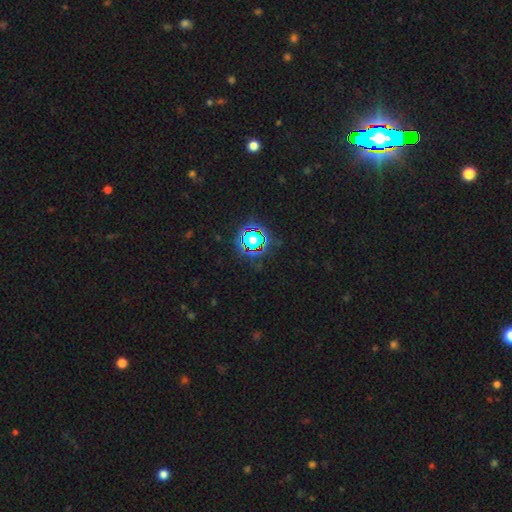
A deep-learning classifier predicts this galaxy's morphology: Smooth or featured: star or artifact — 79% (smooth — 13%)